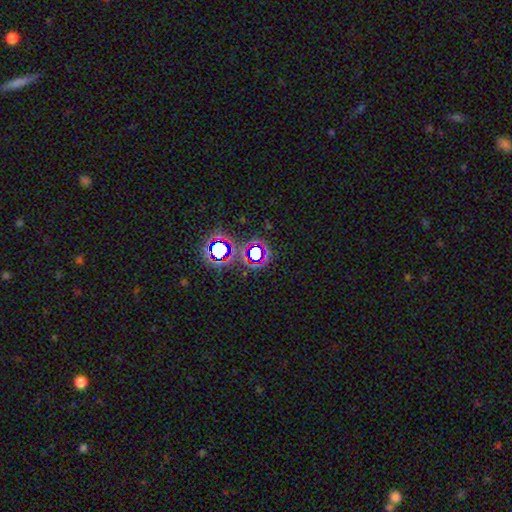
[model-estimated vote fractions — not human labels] Morphology: type=star or artifact (74%).